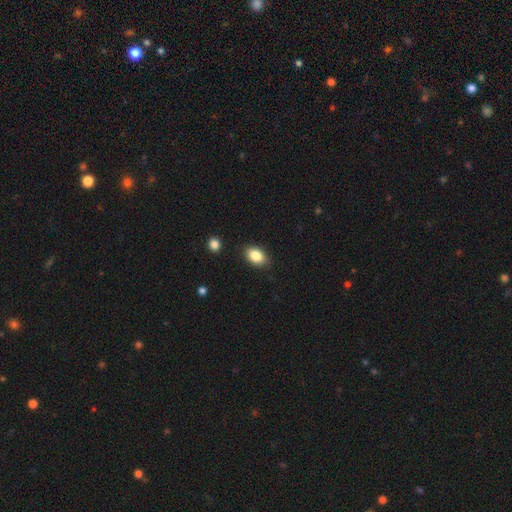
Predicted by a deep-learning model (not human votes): smooth 86%, star or artifact 8%, featured or disk 6%. Down the decision tree: how rounded — in between (85%); merging — none (86%).